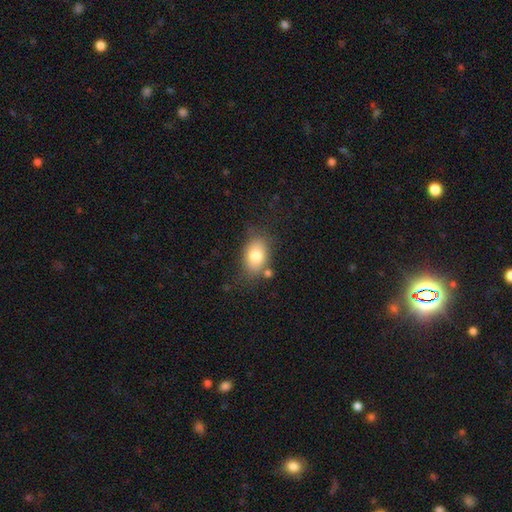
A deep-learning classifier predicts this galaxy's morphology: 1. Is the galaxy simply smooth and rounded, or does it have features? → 79% smooth, 13% featured or disk, 9% star or artifact.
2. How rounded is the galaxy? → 81% in between, 18% round, 1% cigar-shaped.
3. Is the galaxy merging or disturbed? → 71% none, 17% minor disturbance, 7% merger, 5% major disturbance.